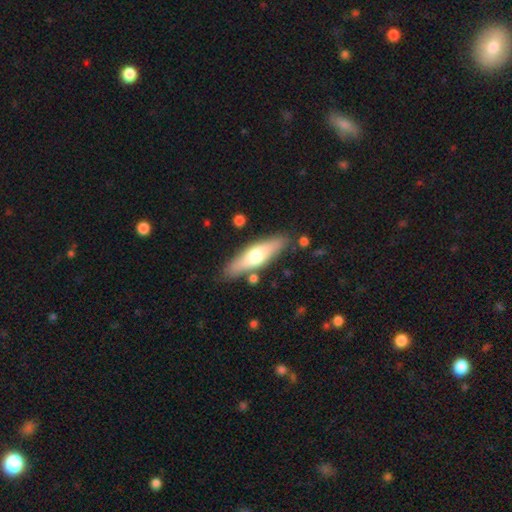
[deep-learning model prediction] Smooth or featured?
  - smooth: 53% *
  - featured or disk: 42%
  - star or artifact: 5%
How rounded?
  - cigar-shaped: 65% *
  - in between: 33%
  - round: 2%
Merging?
  - none: 82% *
  - minor disturbance: 11%
  - merger: 4%
  - major disturbance: 3%